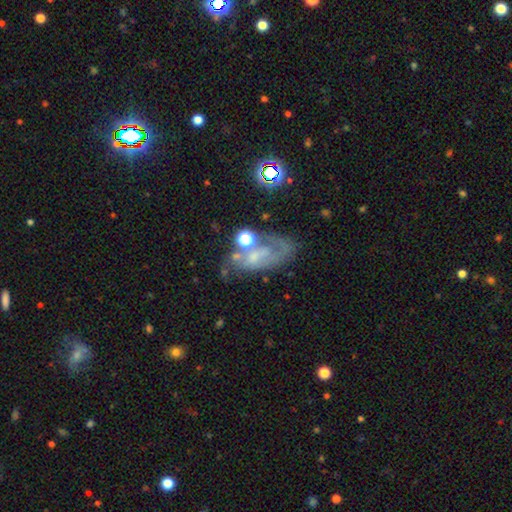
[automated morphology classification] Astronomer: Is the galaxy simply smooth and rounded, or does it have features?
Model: featured or disk — 64%.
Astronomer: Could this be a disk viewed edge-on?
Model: no — 94%.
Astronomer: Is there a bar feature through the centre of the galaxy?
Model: no — 48% (runner-up: weak, 39%).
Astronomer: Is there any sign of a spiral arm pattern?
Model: yes — 75%.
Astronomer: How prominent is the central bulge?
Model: small — 41% (runner-up: moderate, 27%).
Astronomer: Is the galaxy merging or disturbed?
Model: none — 45% (runner-up: minor disturbance, 22%).